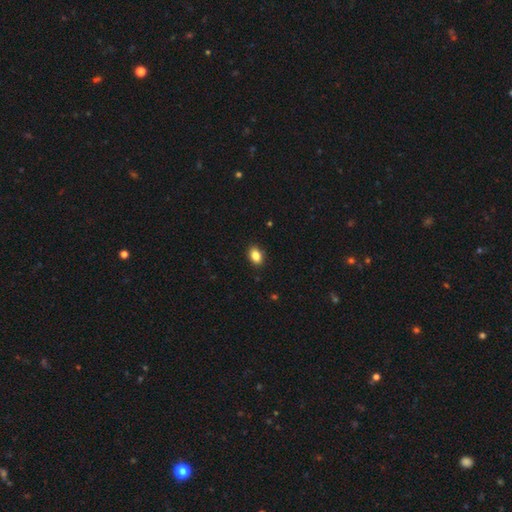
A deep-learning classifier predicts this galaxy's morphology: Q: Smooth or featured?
A: smooth (85%); runner-up: star or artifact (9%)
Q: How rounded?
A: in between (82%); runner-up: round (17%)
Q: Merging?
A: none (89%); runner-up: minor disturbance (8%)